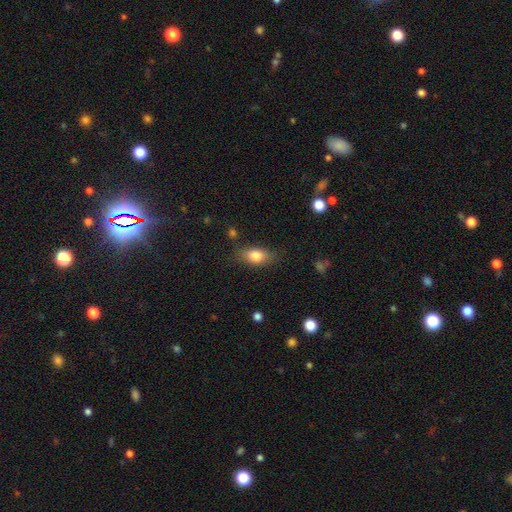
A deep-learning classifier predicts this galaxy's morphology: This appears to be a smooth galaxy with no disk features (81%) that is in between round and cigar-shaped (84%). Merging: none (76%).